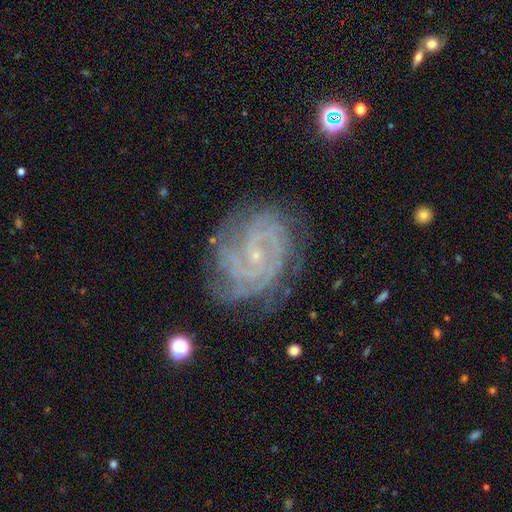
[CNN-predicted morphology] Smooth or featured?
  - featured or disk: 88% *
  - star or artifact: 7%
  - smooth: 5%
Edge-on disk?
  - no: 98% *
  - yes: 2%
Bar?
  - no: 60% *
  - weak: 30%
  - strong: 9%
Spiral arms?
  - yes: 98% *
  - no: 2%
Spiral winding?
  - tight: 74% *
  - medium: 23%
  - loose: 4%
Spiral arm count?
  - 2: 22% * (tied)
  - 3: 22% * (tied)
  - can't tell: 21%
  - 4: 18%
  - more than 4: 9%
  - 1: 7%
Bulge size?
  - small: 86% *
  - moderate: 10%
  - none: 3%
  - large: 1%
  - dominant: 1%
Merging?
  - none: 75% *
  - minor disturbance: 17%
  - major disturbance: 6%
  - merger: 2%